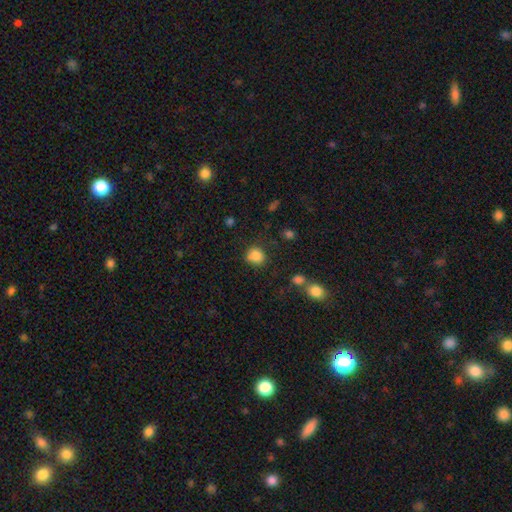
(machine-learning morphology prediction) Q: Smooth or featured?
A: smooth (85%); runner-up: star or artifact (10%)
Q: How rounded?
A: round (81%); runner-up: in between (18%)
Q: Merging?
A: none (76%); runner-up: minor disturbance (16%)